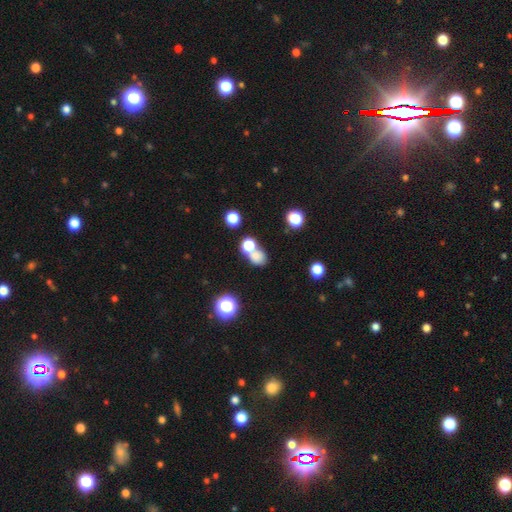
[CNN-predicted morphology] Smooth or featured?
  - smooth: 74% *
  - star or artifact: 15%
  - featured or disk: 10%
How rounded?
  - round: 59% *
  - in between: 39%
  - cigar-shaped: 1%
Merging?
  - merger: 47% *
  - none: 39%
  - minor disturbance: 9%
  - major disturbance: 5%